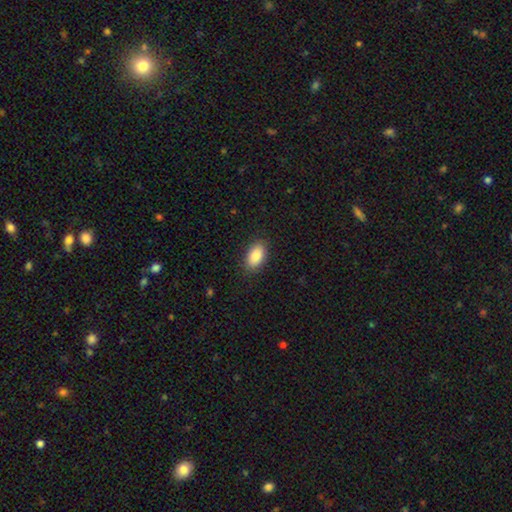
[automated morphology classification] Overall: smooth (87%). How rounded: in between (93%). Merging: none (86%).